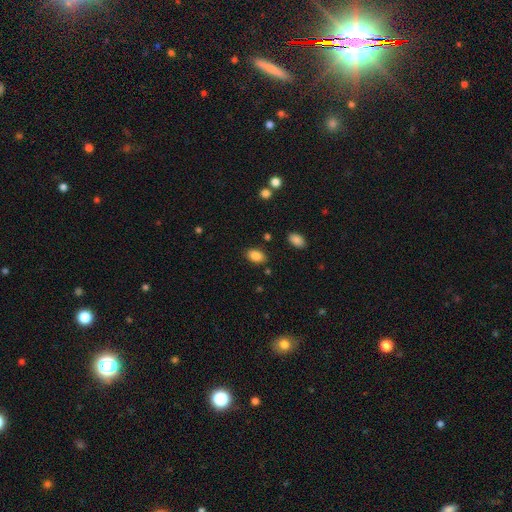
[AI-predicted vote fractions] The model was most divided on "merging": none: 84%, minor disturbance: 10%, major disturbance: 3%, merger: 2%. More confident: how rounded — in between (87%); smooth or featured — smooth (86%).